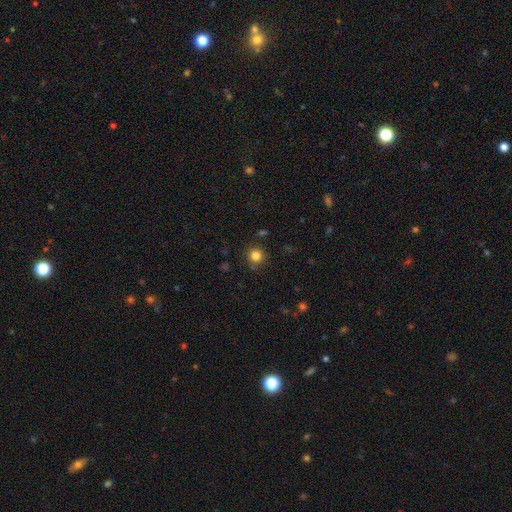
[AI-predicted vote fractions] Smooth or featured: smooth — 83% (star or artifact — 13%)
How rounded: round — 93% (in between — 6%)
Merging: none — 86% (minor disturbance — 9%)